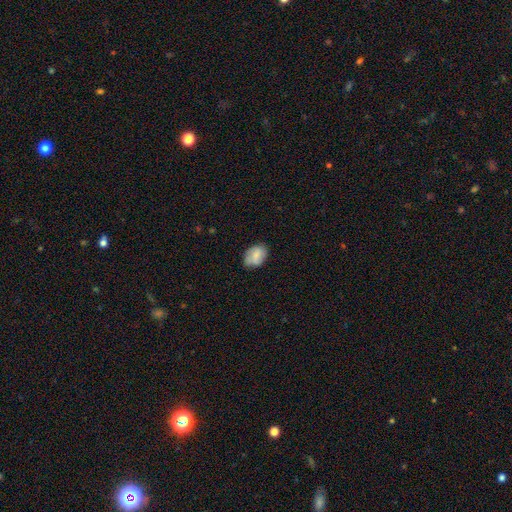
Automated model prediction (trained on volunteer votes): smooth-or-featured: smooth: 75% | featured or disk: 18% | star or artifact: 8%
  how-rounded: in between: 79% | round: 20% | cigar-shaped: 1%
  merging: none: 67% | minor disturbance: 26% | major disturbance: 5% | merger: 2%